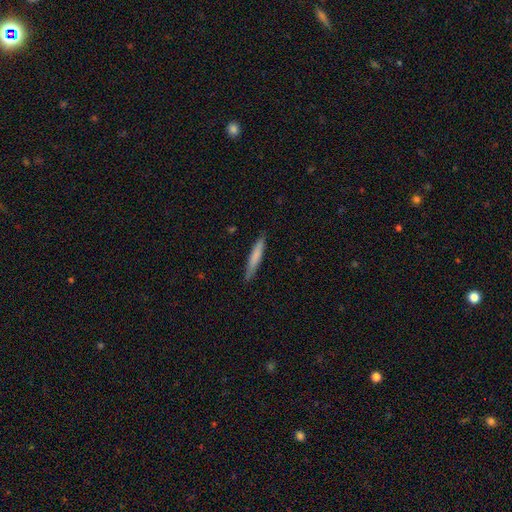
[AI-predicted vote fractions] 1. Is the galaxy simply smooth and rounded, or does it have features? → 75% smooth, 20% featured or disk, 5% star or artifact.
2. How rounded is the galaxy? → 93% cigar-shaped, 6% in between, 1% round.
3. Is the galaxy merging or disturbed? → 86% none, 11% minor disturbance, 2% major disturbance, 1% merger.